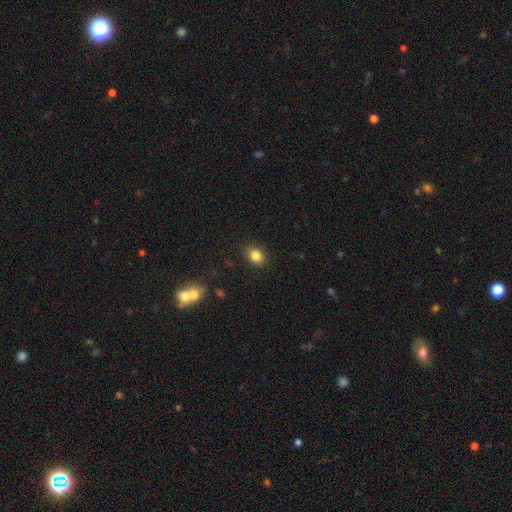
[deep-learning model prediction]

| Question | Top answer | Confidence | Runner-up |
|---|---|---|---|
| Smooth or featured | smooth | 85% | star or artifact (10%) |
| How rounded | in between | 67% | round (32%) |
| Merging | none | 86% | minor disturbance (10%) |